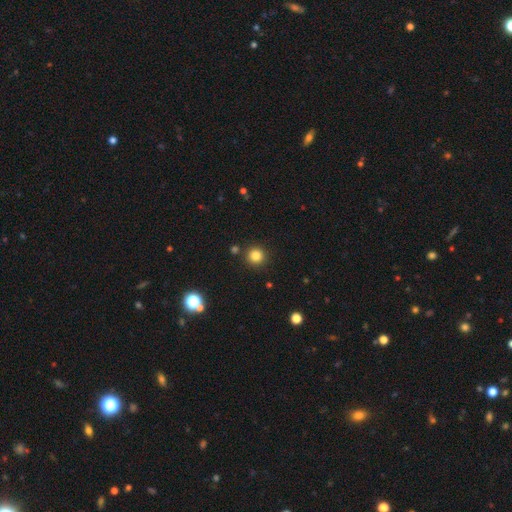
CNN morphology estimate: This appears to be a smooth galaxy with no disk features (82%) that is round (94%). Merging: none (89%).